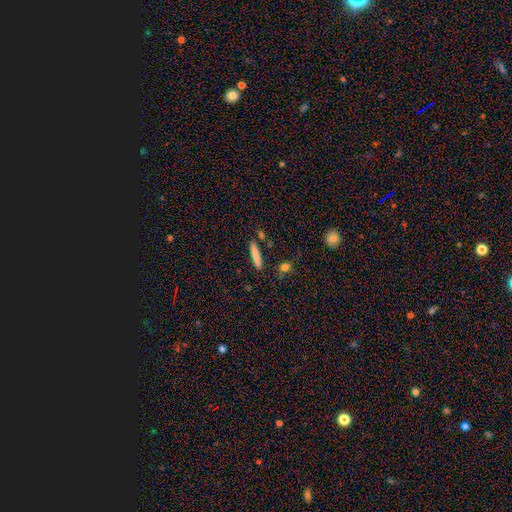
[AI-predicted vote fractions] Smooth or featured? Predicted: smooth (p=0.75). How rounded? Predicted: cigar-shaped (p=0.90). Merging? Predicted: none (p=0.85).